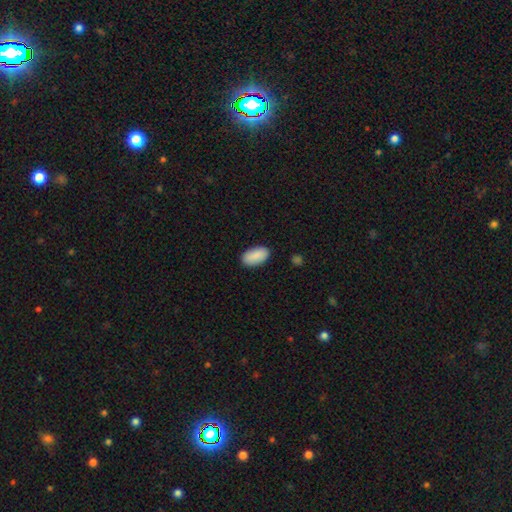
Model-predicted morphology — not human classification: A smooth galaxy with no disk features (90%) that is in between round and cigar-shaped (95%). Merging: none (88%).